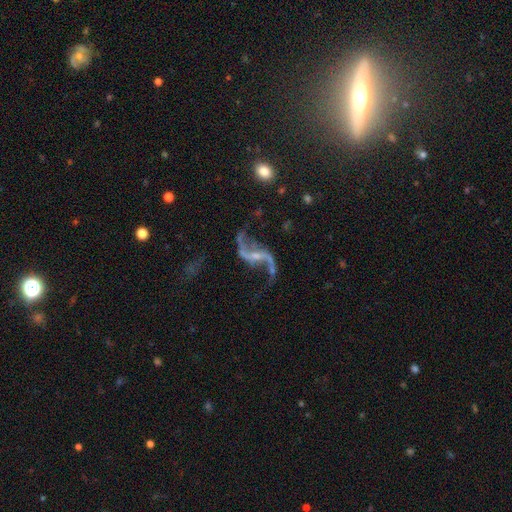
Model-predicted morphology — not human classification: Smooth or featured?
  - featured or disk: 90% *
  - star or artifact: 6%
  - smooth: 3%
Edge-on disk?
  - no: 96% *
  - yes: 4%
Bar?
  - weak: 39% *
  - no: 35%
  - strong: 25%
Spiral arms?
  - yes: 97% *
  - no: 3%
Spiral winding?
  - loose: 90% *
  - medium: 7%
  - tight: 2%
Spiral arm count?
  - 2: 94% *
  - 1: 2%
  - can't tell: 1%
  - 3: 1%
  - 4: 1%
  - more than 4: 1%
Bulge size?
  - small: 68% *
  - moderate: 18%
  - none: 12%
  - large: 2%
  - dominant: 1%
Merging?
  - none: 68% *
  - minor disturbance: 16%
  - major disturbance: 13%
  - merger: 4%